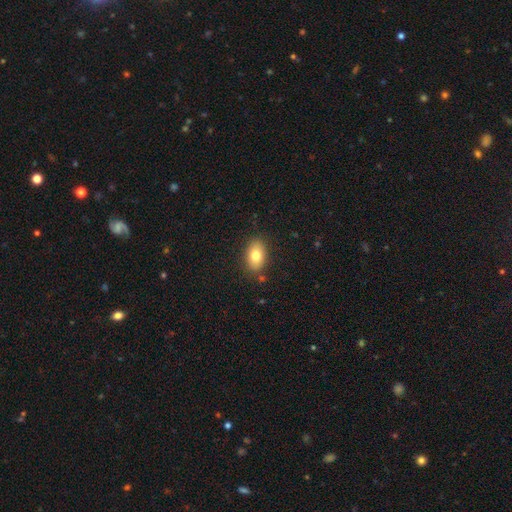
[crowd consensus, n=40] smooth_or_featured: smooth (p=0.88) [alt: featured or disk p=0.07]
how_rounded: in between (p=0.91) [alt: round p=0.09]
merging: none (p=0.89) [alt: minor disturbance p=0.05]